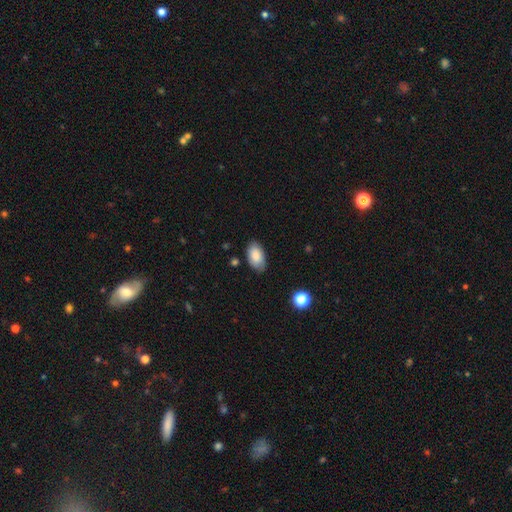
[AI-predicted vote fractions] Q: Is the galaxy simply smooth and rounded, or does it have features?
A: smooth — 85%.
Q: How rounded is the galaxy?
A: in between — 94%.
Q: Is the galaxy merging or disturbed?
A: none — 80%.